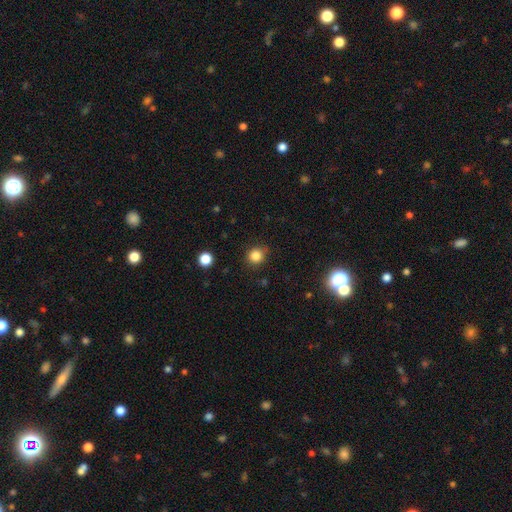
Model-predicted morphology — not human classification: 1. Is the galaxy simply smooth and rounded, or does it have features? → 84% smooth, 12% star or artifact, 4% featured or disk.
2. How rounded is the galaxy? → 87% round, 12% in between, 1% cigar-shaped.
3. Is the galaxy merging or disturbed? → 86% none, 10% minor disturbance, 3% major disturbance, 1% merger.